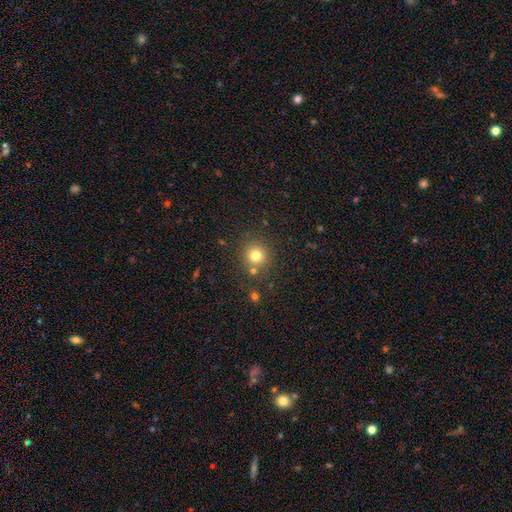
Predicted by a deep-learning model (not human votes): smooth-or-featured: smooth: 78% | star or artifact: 15% | featured or disk: 8%
  how-rounded: round: 92% | in between: 7% | cigar-shaped: 1%
  merging: none: 81% | merger: 8% | minor disturbance: 8% | major disturbance: 3%